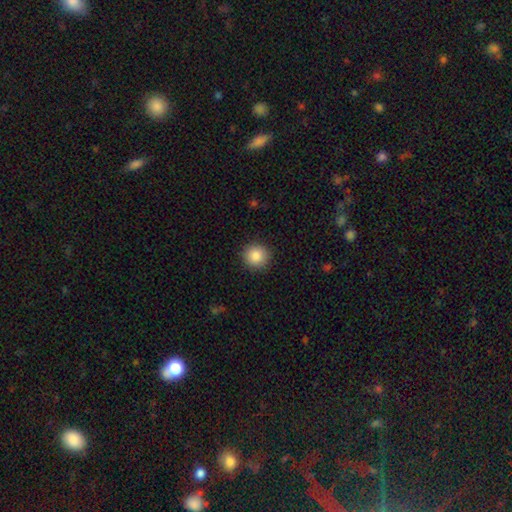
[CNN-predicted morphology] smooth 87%, star or artifact 9%, featured or disk 5%. Down the decision tree: how rounded — round (94%); merging — none (91%).